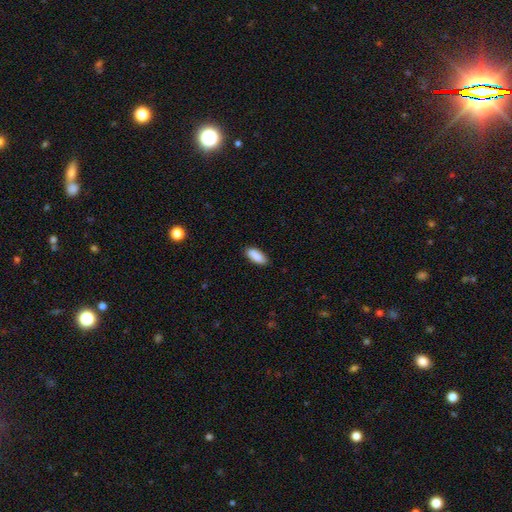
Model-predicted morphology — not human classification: Overall: smooth (89%). How rounded: in between (81%). Merging: none (85%).